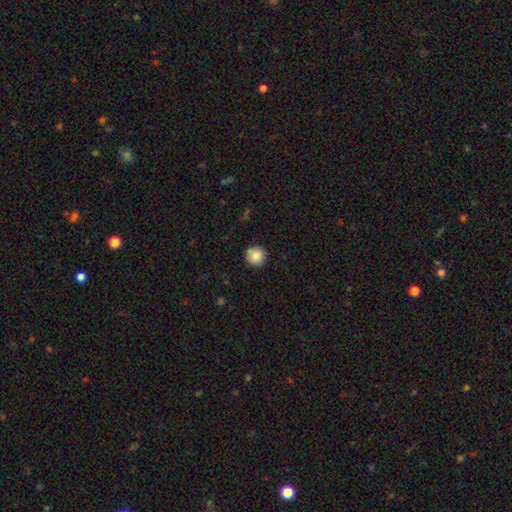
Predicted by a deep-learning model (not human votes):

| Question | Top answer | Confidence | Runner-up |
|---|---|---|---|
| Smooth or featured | smooth | 87% | star or artifact (9%) |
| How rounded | round | 95% | in between (4%) |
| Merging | none | 91% | minor disturbance (7%) |